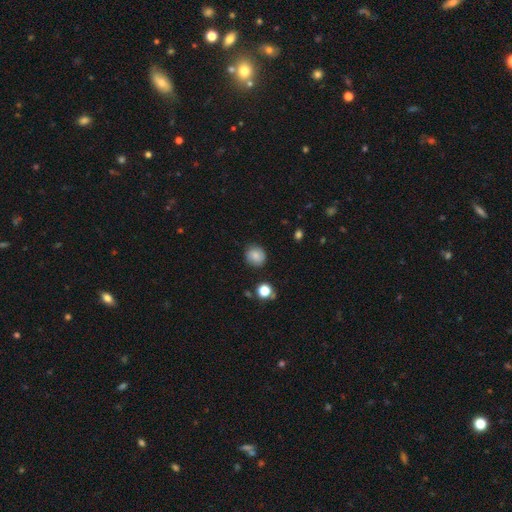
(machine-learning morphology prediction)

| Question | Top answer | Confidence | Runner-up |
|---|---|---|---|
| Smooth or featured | smooth | 76% | featured or disk (14%) |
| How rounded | round | 85% | in between (14%) |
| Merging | none | 84% | minor disturbance (11%) |